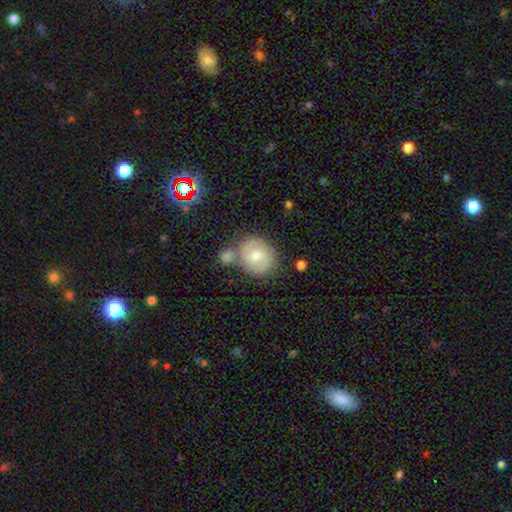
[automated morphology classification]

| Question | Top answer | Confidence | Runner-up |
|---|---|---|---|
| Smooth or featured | smooth | 63% | featured or disk (30%) |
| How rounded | round | 78% | in between (21%) |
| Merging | none | 54% | merger (26%) |